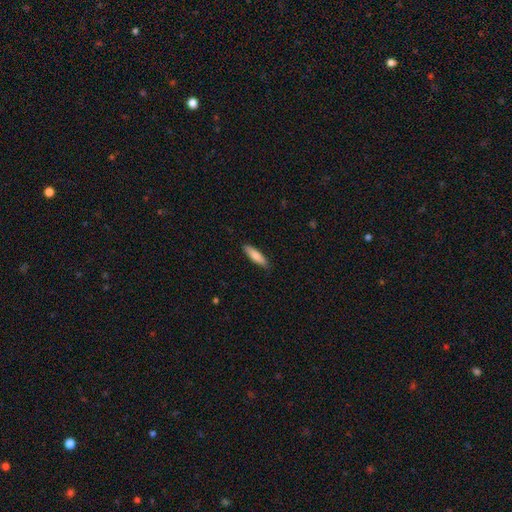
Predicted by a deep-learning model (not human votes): This is clearly a smooth galaxy (80%). How rounded: likely cigar-shaped (66%). Merging: clearly none (86%).